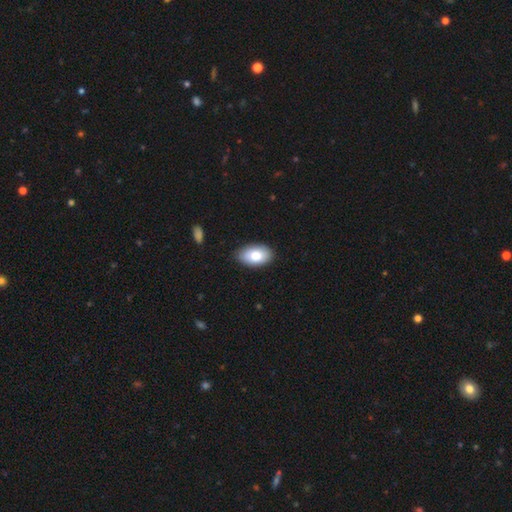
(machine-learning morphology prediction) A smooth galaxy with no disk features (79%) that is in between round and cigar-shaped (93%). Merging: none (87%).